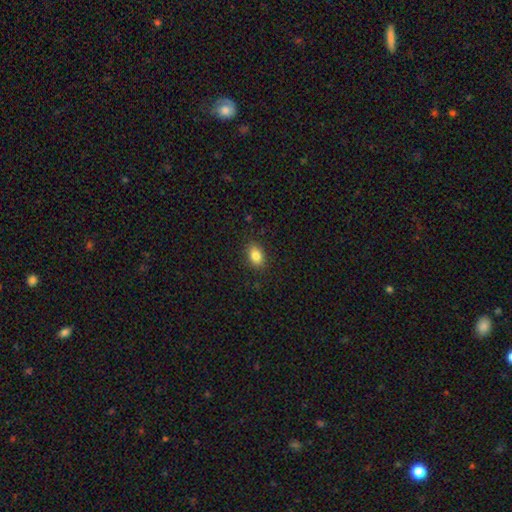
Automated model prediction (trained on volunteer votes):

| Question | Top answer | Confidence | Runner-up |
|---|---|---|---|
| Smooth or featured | smooth | 84% | star or artifact (9%) |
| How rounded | in between | 83% | round (15%) |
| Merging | none | 88% | minor disturbance (9%) |